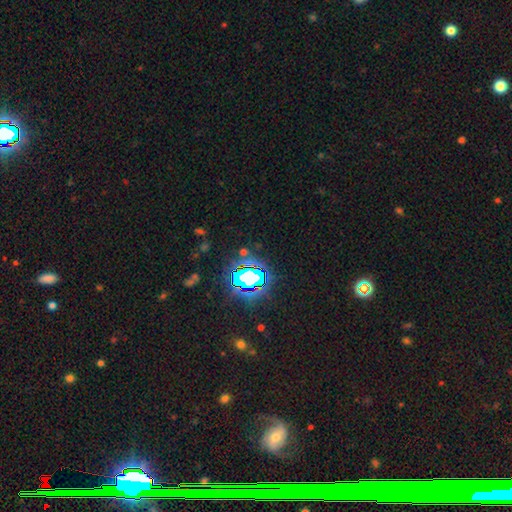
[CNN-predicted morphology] This is clearly a star or artifact rather than a galaxy (81%).